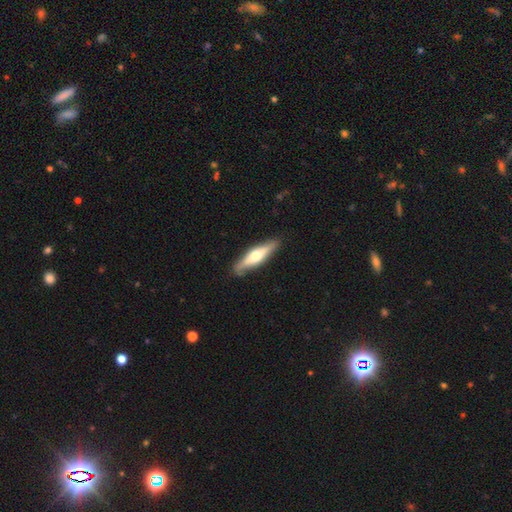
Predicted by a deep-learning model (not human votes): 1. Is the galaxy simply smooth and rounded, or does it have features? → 53% featured or disk, 42% smooth, 5% star or artifact.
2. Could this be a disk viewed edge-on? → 88% yes, 12% no.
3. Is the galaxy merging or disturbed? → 85% none, 11% minor disturbance, 2% major disturbance, 1% merger.